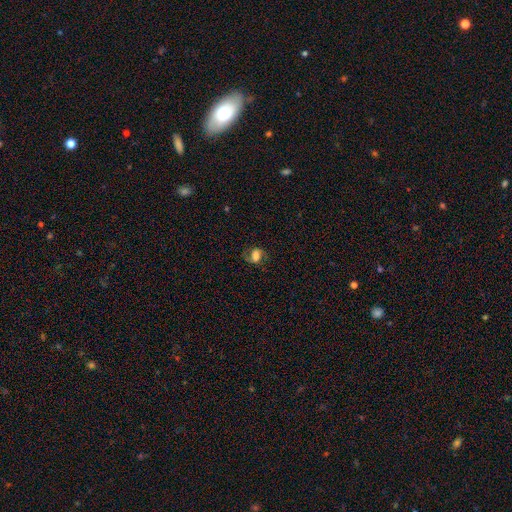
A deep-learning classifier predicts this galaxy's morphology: The model was most divided on "smooth or featured": featured or disk: 50%, smooth: 39%, star or artifact: 11%. More confident: edge-on disk — no (96%); merging — none (71%).